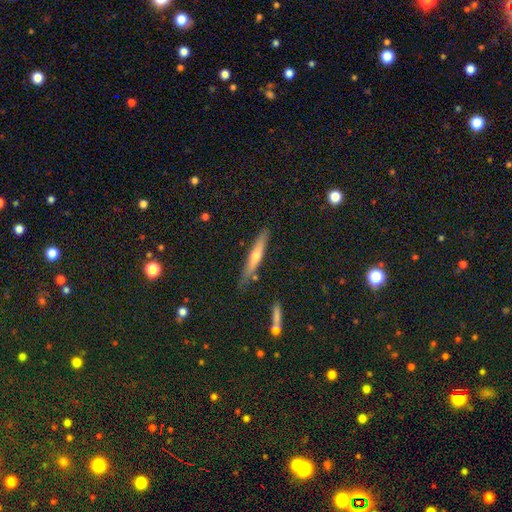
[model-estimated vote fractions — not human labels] Smooth or featured: featured or disk — 49% (smooth — 43%)
Merging: none — 81% (minor disturbance — 13%)